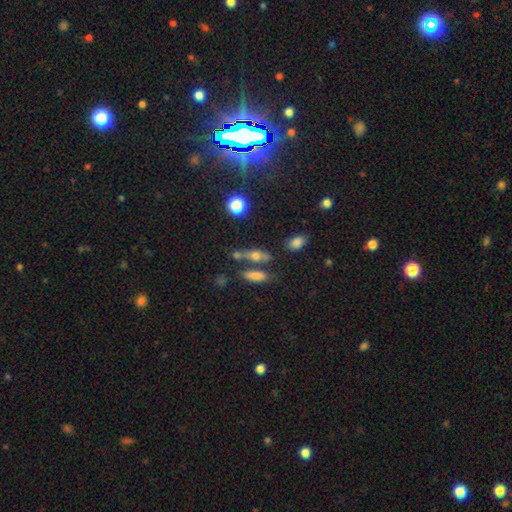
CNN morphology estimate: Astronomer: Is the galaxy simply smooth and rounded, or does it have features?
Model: smooth — 56%.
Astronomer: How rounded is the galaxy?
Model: in between — 47% (runner-up: cigar-shaped, 44%).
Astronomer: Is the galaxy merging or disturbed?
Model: none — 55%.